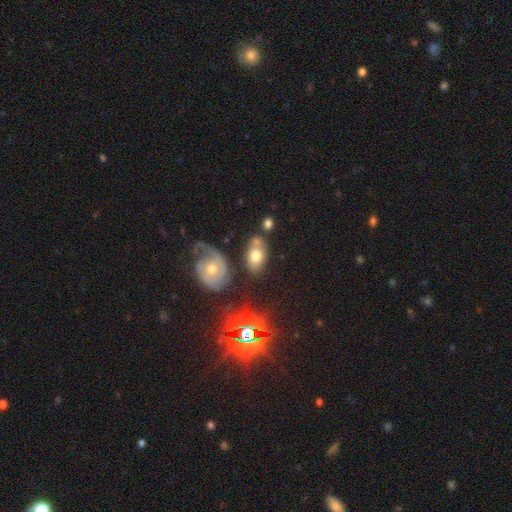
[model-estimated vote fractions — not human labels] smooth-or-featured: smooth: 62% | featured or disk: 26% | star or artifact: 11%
  how-rounded: in between: 87% | round: 11% | cigar-shaped: 3%
  merging: none: 50% | merger: 23% | minor disturbance: 19% | major disturbance: 9%